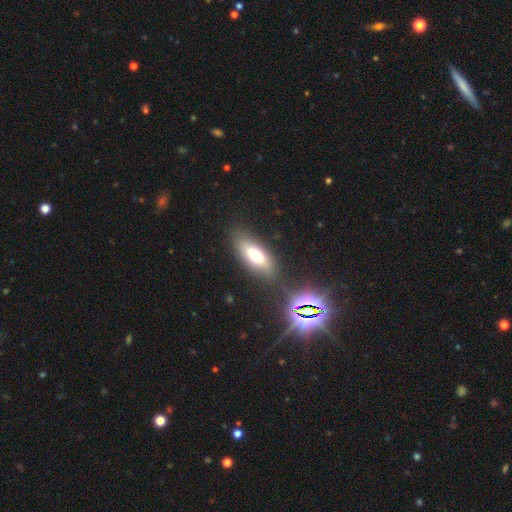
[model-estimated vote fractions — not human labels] smooth-or-featured: smooth: 67% | featured or disk: 21% | star or artifact: 11%
  how-rounded: in between: 76% | cigar-shaped: 20% | round: 4%
  merging: none: 78% | minor disturbance: 13% | merger: 5% | major disturbance: 4%